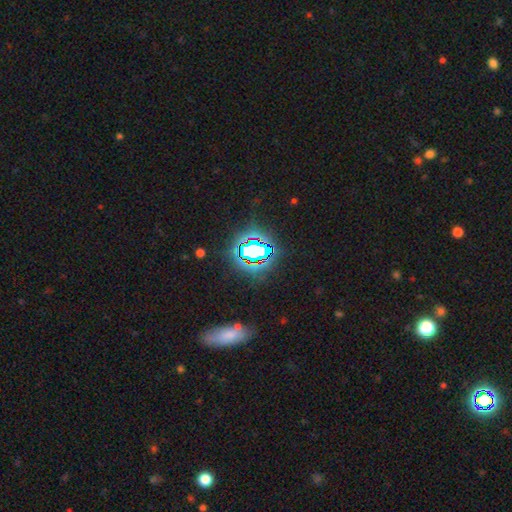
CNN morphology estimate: Smooth or featured? star or artifact (72%)